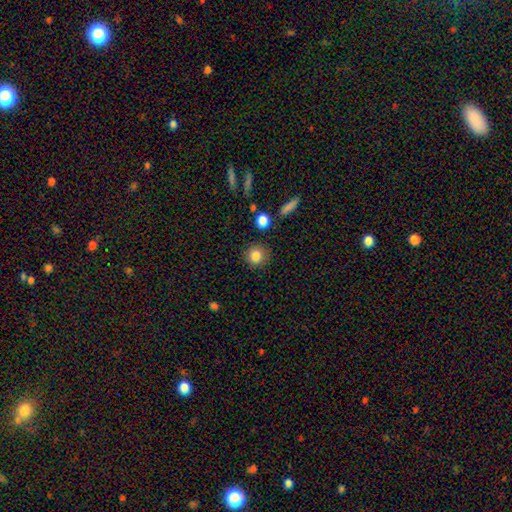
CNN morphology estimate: This appears to be a smooth galaxy with no disk features (85%) that is round (89%). Merging: none (87%).